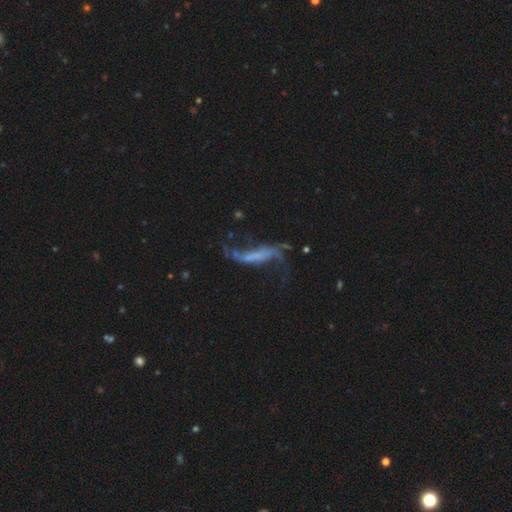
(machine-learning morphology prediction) type=featured or disk (72%); edge-on=no (82%); bar=no (38%); spiral arms=yes (78%); bulge=none (65%); merging=none (41%).